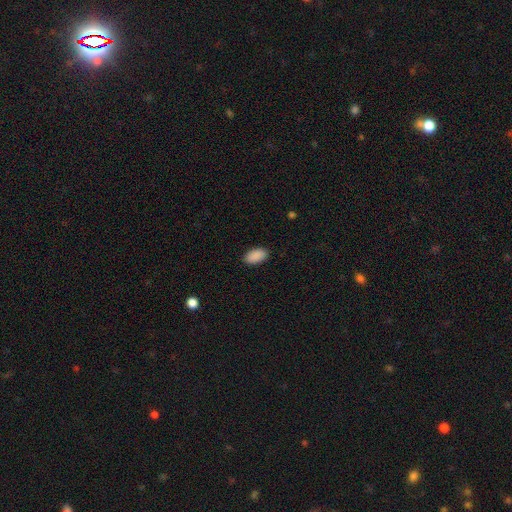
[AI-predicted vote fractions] A smooth galaxy with no disk features (90%) that is in between round and cigar-shaped (95%).

Vote fractions:
- Smooth or featured? smooth: 90% / star or artifact: 7% / featured or disk: 3%
- How rounded? in between: 95% / round: 3% / cigar-shaped: 2%
- Merging? none: 89% / minor disturbance: 8% / major disturbance: 2% / merger: 1%